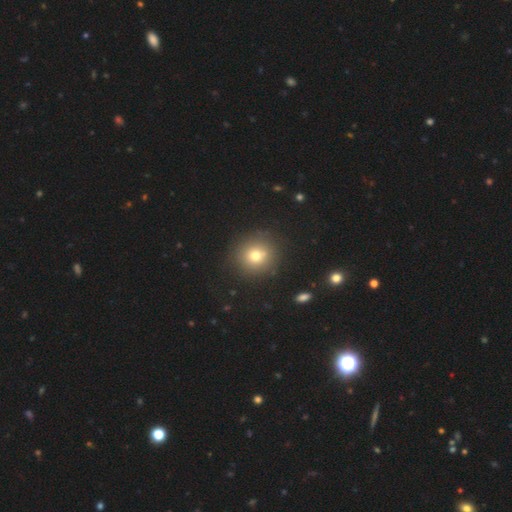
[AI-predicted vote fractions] Q: Smooth or featured?
A: smooth (74%); runner-up: star or artifact (16%)
Q: How rounded?
A: round (90%); runner-up: in between (9%)
Q: Merging?
A: none (87%); runner-up: minor disturbance (8%)